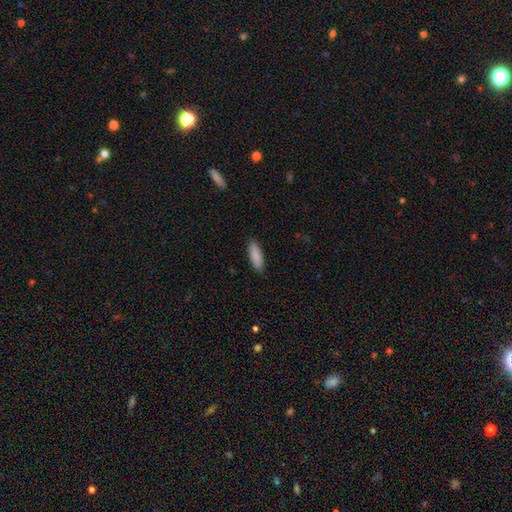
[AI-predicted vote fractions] A smooth galaxy with no disk features (89%) that is in between round and cigar-shaped (54%).

Vote fractions:
- Smooth or featured? smooth: 89% / star or artifact: 6% / featured or disk: 5%
- How rounded? in between: 54% / cigar-shaped: 45% / round: 2%
- Merging? none: 89% / minor disturbance: 8% / major disturbance: 2% / merger: 1%